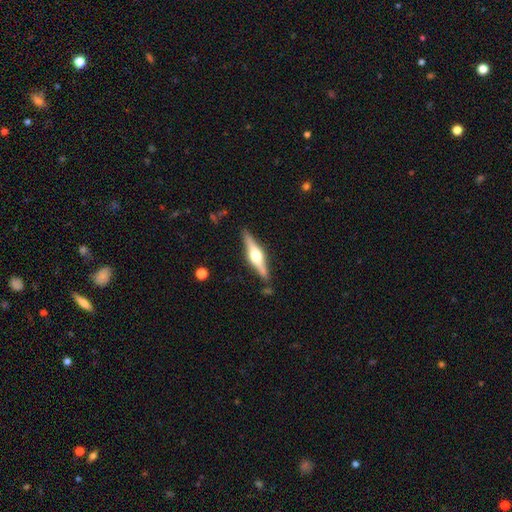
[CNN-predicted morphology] Smooth or featured? featured or disk (73%)
Edge-on disk? yes (97%)
Edge-on bulge? rounded (92%)
Merging? none (86%)